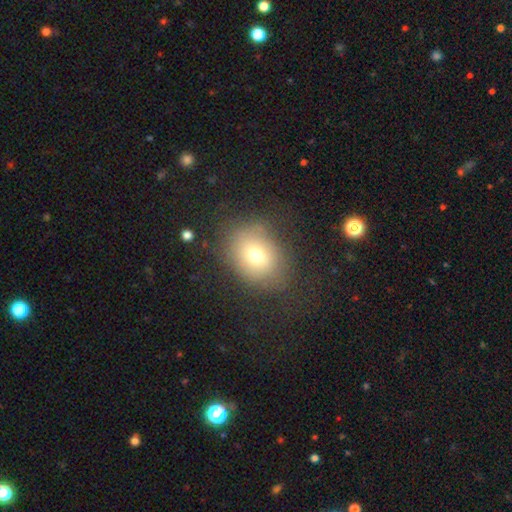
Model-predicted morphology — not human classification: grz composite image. It shows a smooth galaxy with no disk features (72%) that is round (52%). Merging: none (70%).